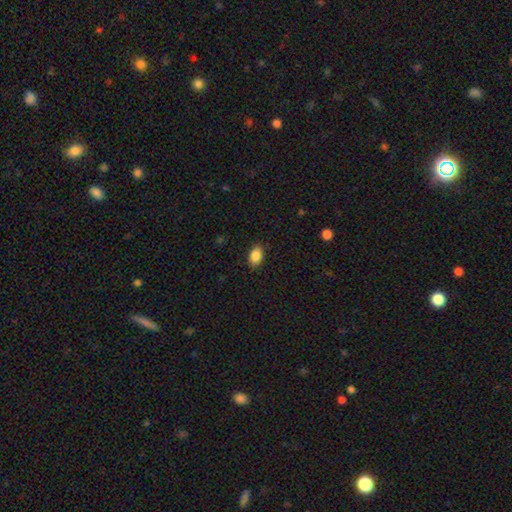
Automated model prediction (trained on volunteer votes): Smooth or featured? Predicted: smooth (p=0.87). How rounded? Predicted: in between (p=0.87). Merging? Predicted: none (p=0.87).